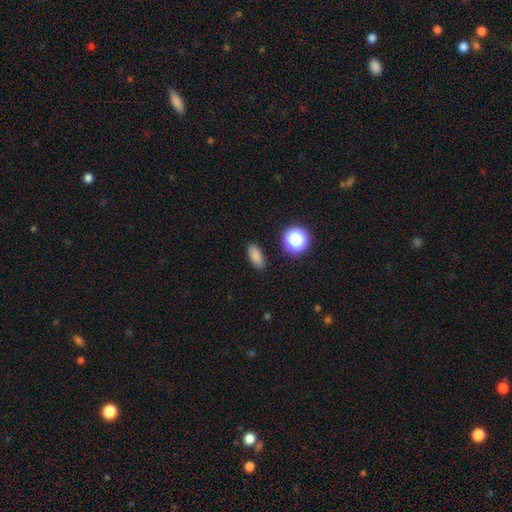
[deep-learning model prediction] Smooth or featured? Predicted: smooth (p=0.82). How rounded? Predicted: in between (p=0.79). Merging? Predicted: none (p=0.87).